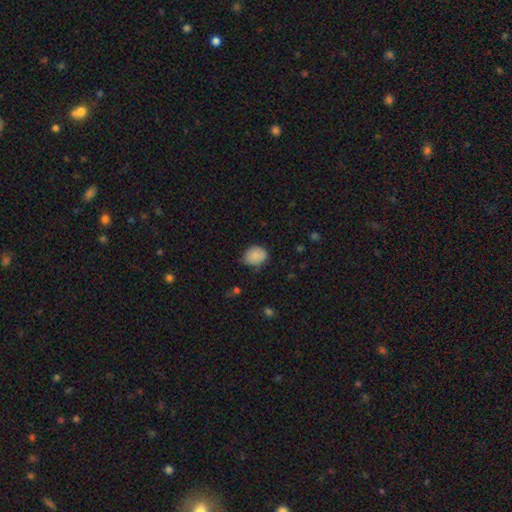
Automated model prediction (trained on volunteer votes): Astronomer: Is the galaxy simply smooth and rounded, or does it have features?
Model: smooth — 85%.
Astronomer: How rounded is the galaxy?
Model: in between — 51% (runner-up: round, 48%).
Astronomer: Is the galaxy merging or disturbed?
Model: none — 63%.